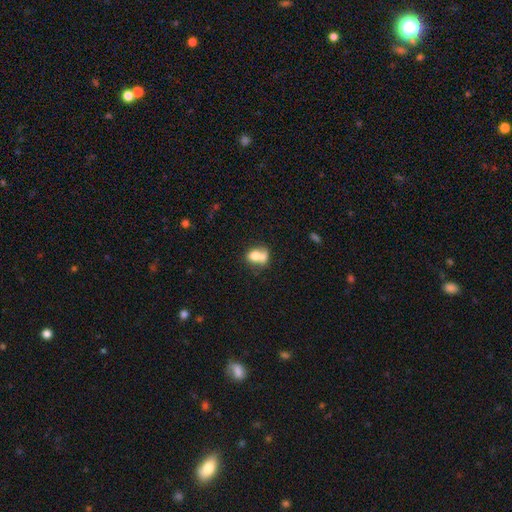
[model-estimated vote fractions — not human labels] This appears to be a smooth galaxy with no disk features (69%) that is in between round and cigar-shaped (54%). Merging: merger (51%).